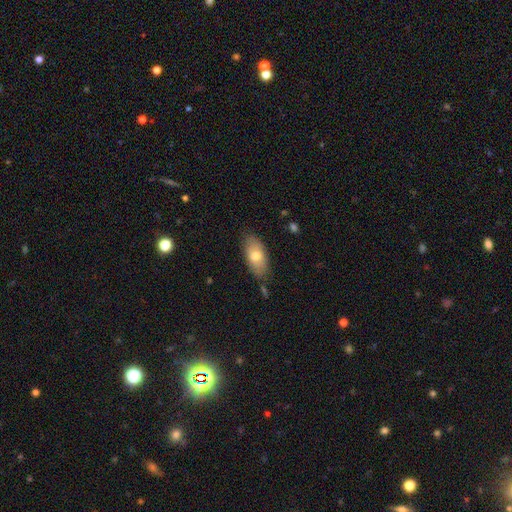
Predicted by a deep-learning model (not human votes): This appears to be a smooth galaxy with no disk features (73%) that is in between round and cigar-shaped (91%). Merging: none (79%).